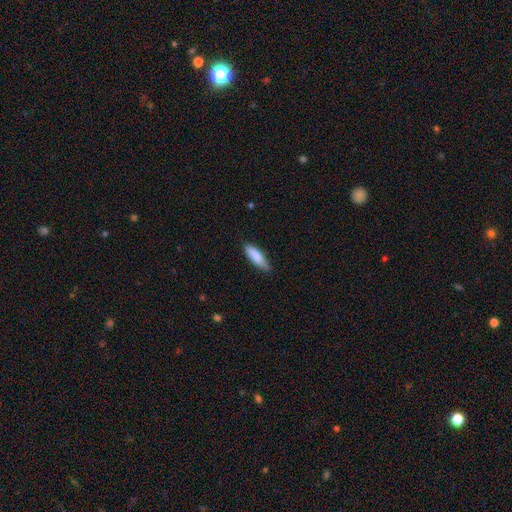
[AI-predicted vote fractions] smooth 86%, featured or disk 8%, star or artifact 6%. Down the decision tree: how rounded — cigar-shaped (52%); merging — none (79%).